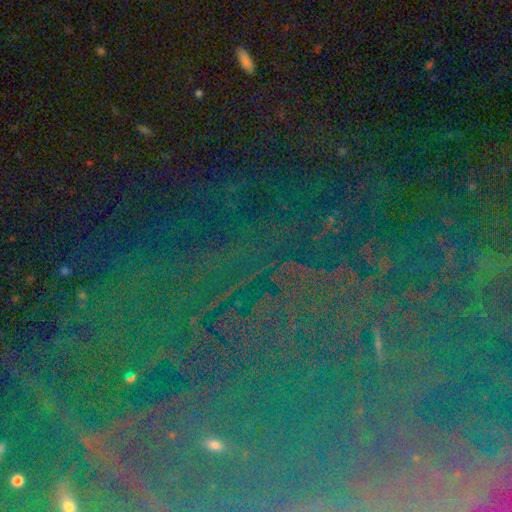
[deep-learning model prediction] Smooth or featured? Predicted: star or artifact (p=0.80).